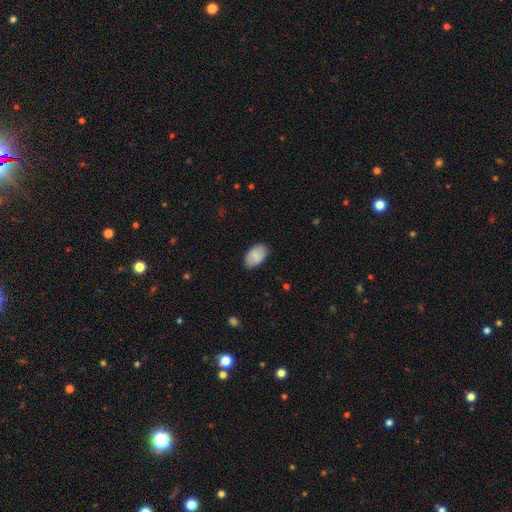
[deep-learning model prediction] A smooth galaxy with no disk features (80%) that is in between round and cigar-shaped (93%). Merging: none (84%).